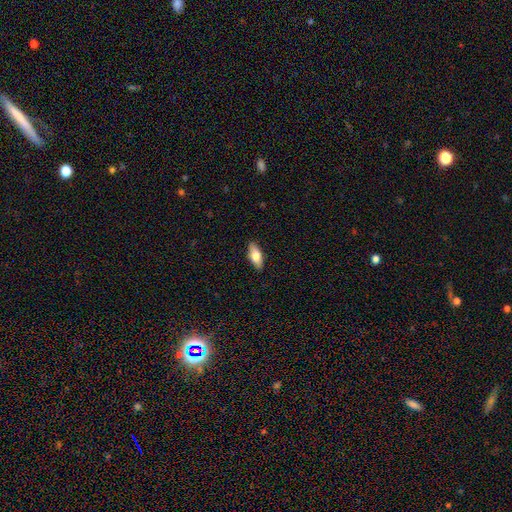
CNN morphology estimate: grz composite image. It shows a smooth galaxy with no disk features (70%) that is in between round and cigar-shaped (80%). Merging: none (88%).